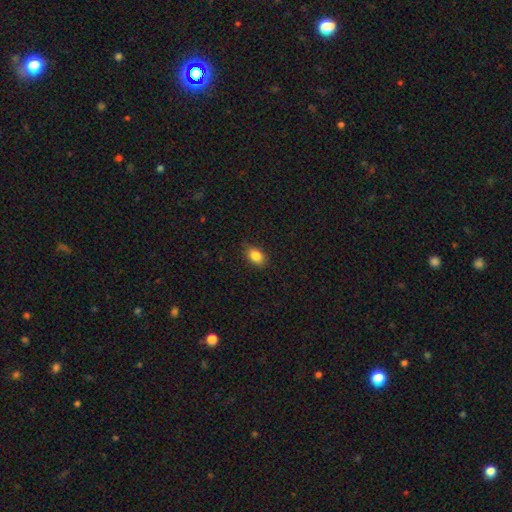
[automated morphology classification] The model was most divided on "merging": none: 83%, minor disturbance: 14%, major disturbance: 3%, merger: 1%. More confident: smooth or featured — smooth (86%); how rounded — in between (85%).